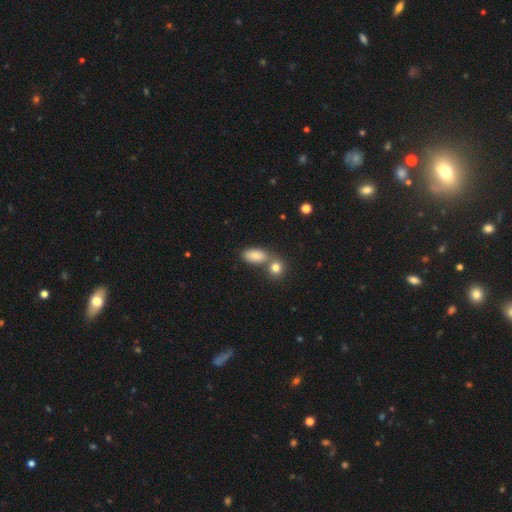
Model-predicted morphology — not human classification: type=smooth (79%); roundness=in between (84%); merging=none (53%).